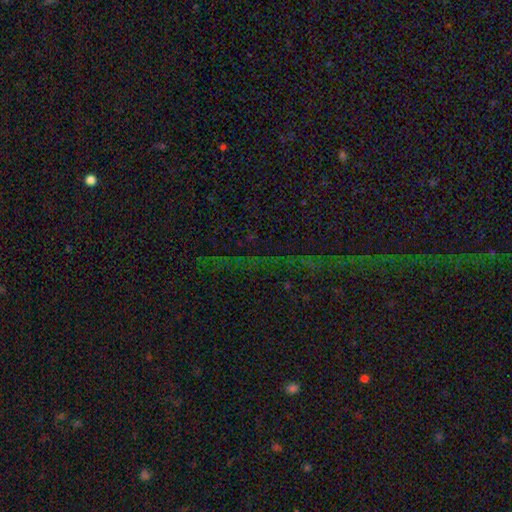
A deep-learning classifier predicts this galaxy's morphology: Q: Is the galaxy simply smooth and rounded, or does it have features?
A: star or artifact — 77%.